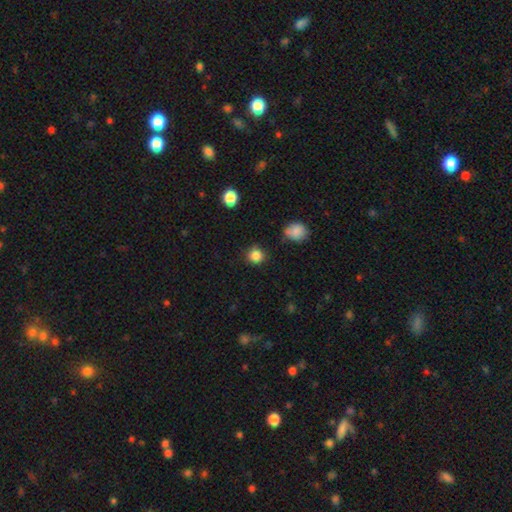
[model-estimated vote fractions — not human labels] smooth-or-featured: smooth: 85% | star or artifact: 11% | featured or disk: 4%
  how-rounded: round: 90% | in between: 9% | cigar-shaped: 1%
  merging: none: 83% | minor disturbance: 11% | major disturbance: 3% | merger: 2%